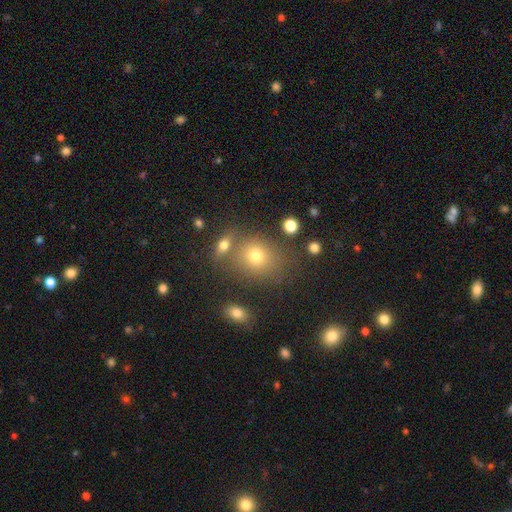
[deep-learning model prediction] Smooth or featured? Predicted: smooth (p=0.69). How rounded? Predicted: round (p=0.61). Merging? Predicted: none (p=0.66).